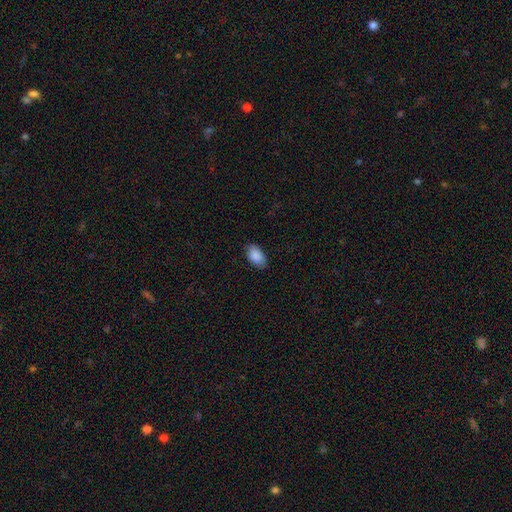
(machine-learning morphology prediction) type=smooth (89%); roundness=in between (93%); merging=none (83%).